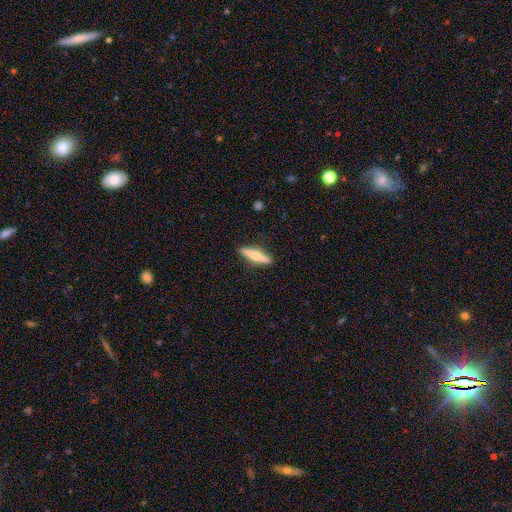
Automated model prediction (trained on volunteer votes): Smooth or featured: featured or disk — 51% (smooth — 43%)
Edge-on disk: yes — 96% (no — 4%)
Merging: none — 90% (minor disturbance — 7%)